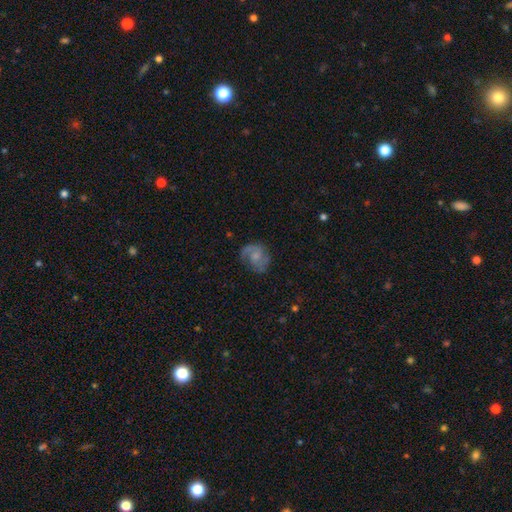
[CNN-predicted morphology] Smooth or featured? featured or disk (69%)
Edge-on disk? no (98%)
Bar? no (65%)
Spiral arms? yes (92%)
Spiral winding? medium (49%)
Spiral arm count? 2 (73%)
Bulge size? small (35%)
Merging? none (71%)